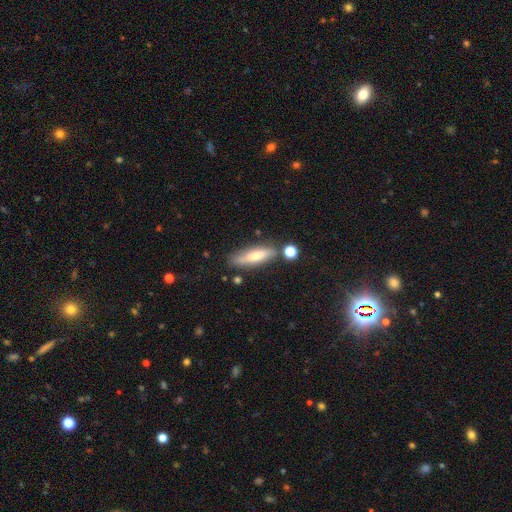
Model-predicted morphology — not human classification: A smooth galaxy with no disk features (60%) that is cigar-shaped (62%).

Vote fractions:
- Smooth or featured? smooth: 60% / featured or disk: 33% / star or artifact: 7%
- How rounded? cigar-shaped: 62% / in between: 35% / round: 2%
- Merging? none: 73% / minor disturbance: 15% / merger: 8% / major disturbance: 4%